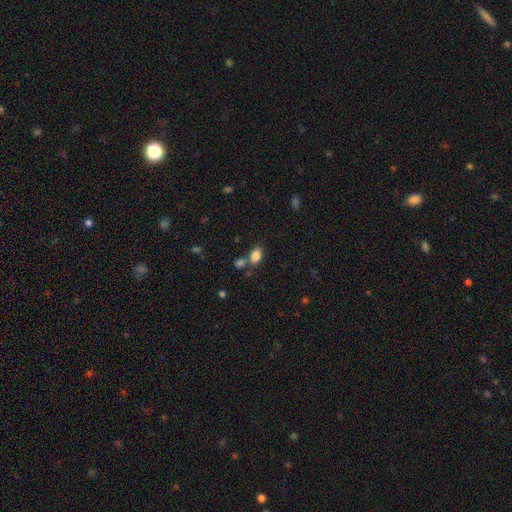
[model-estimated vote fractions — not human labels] smooth-or-featured: smooth: 84% | star or artifact: 10% | featured or disk: 7%
  how-rounded: in between: 85% | round: 13% | cigar-shaped: 2%
  merging: none: 60% | merger: 24% | minor disturbance: 12% | major disturbance: 4%